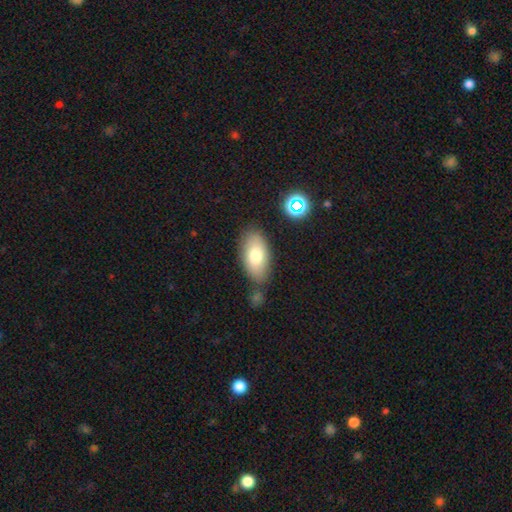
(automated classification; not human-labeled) This appears to be a smooth galaxy with no disk features (76%) that is in between round and cigar-shaped (92%). Merging: none (74%).